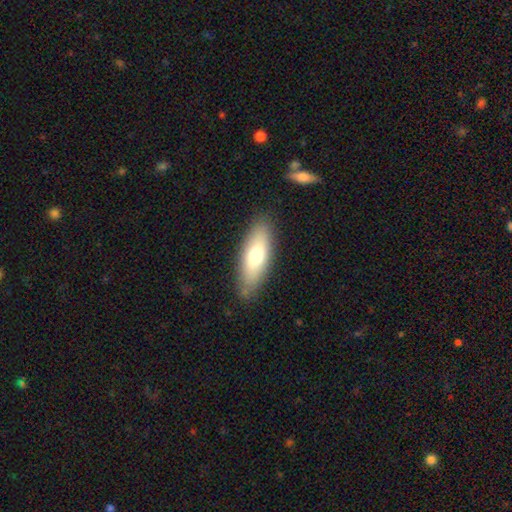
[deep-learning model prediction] The model was most divided on "how rounded": in between: 67%, cigar-shaped: 31%, round: 2%. More confident: merging — none (83%); smooth or featured — smooth (68%).